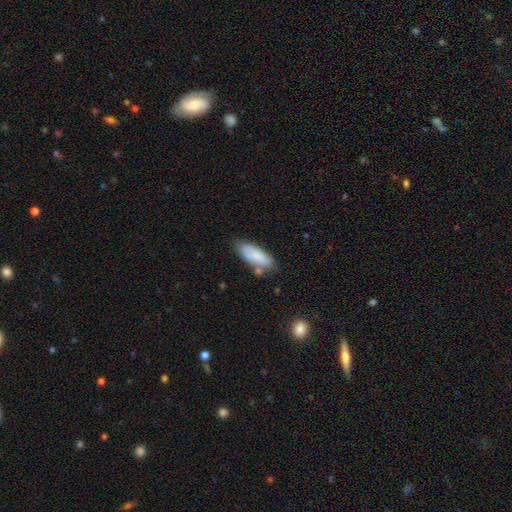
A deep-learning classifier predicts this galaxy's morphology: Smooth or featured: smooth — 79% (featured or disk — 15%)
How rounded: in between — 75% (cigar-shaped — 23%)
Merging: none — 67% (minor disturbance — 21%)